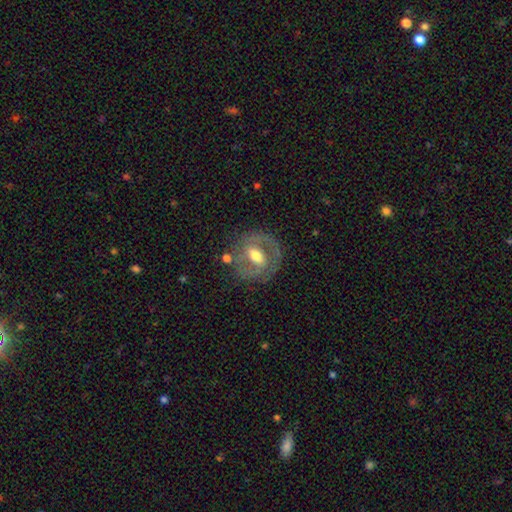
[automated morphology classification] A featured or disk galaxy (68%) with a weak bar (44%), spiral arms (58%) and a moderate central bulge (73%). Merging: none (71%).